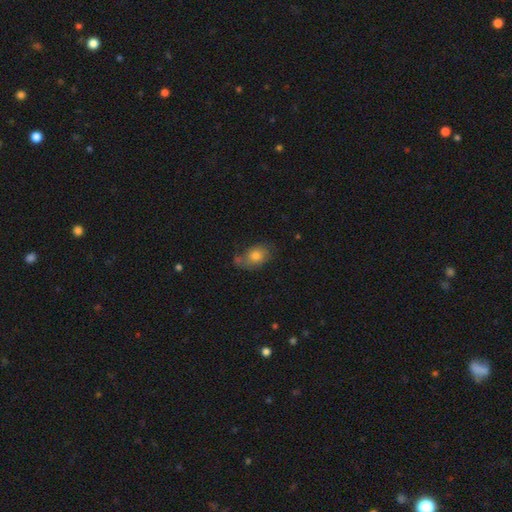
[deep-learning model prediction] Smooth or featured? smooth (74%)
How rounded? in between (79%)
Merging? none (54%)